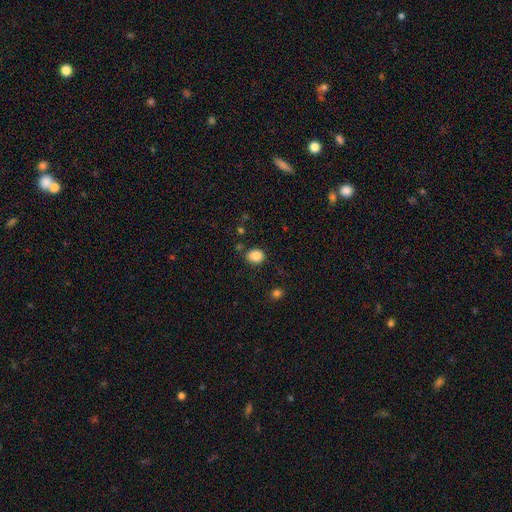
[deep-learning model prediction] Morphology: type=smooth (87%); roundness=round (57%); merging=none (82%).